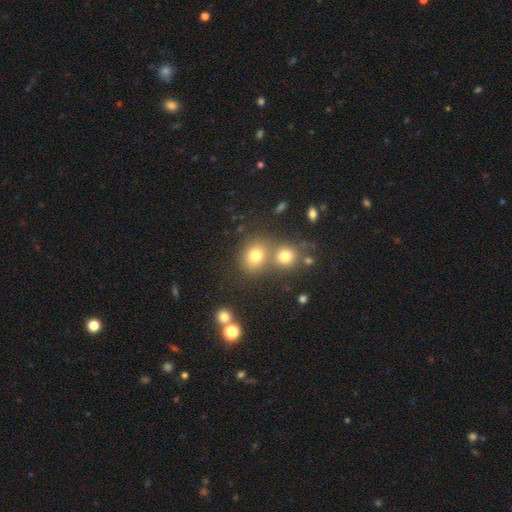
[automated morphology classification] type=smooth (75%); roundness=round (73%); merging=none (49%).